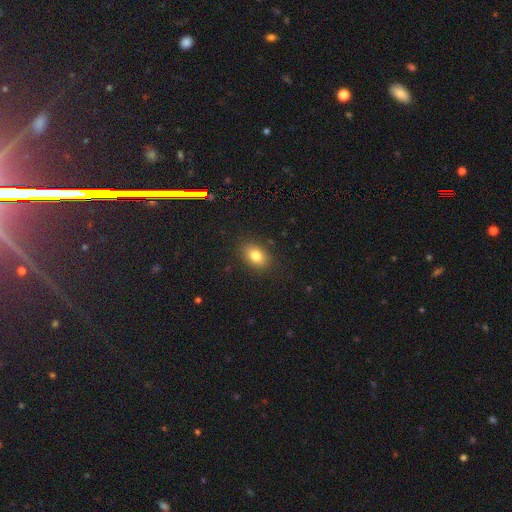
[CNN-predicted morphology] type=smooth (81%); roundness=in between (77%); merging=none (87%).